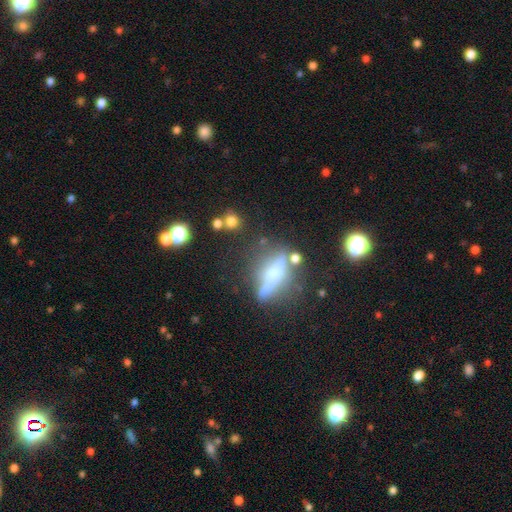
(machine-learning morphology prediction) This is possibly a featured or disk galaxy (60%). It is likely viewed edge-on (76%). Merging: likely none (65%).